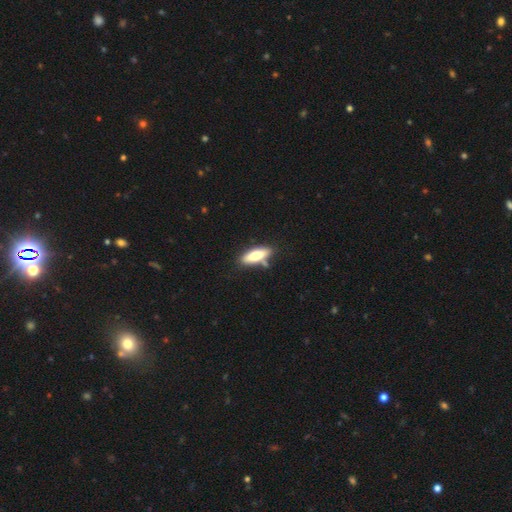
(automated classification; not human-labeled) The model was most divided on "how rounded": in between: 53%, cigar-shaped: 45%, round: 2%. More confident: merging — none (73%); smooth or featured — smooth (68%).